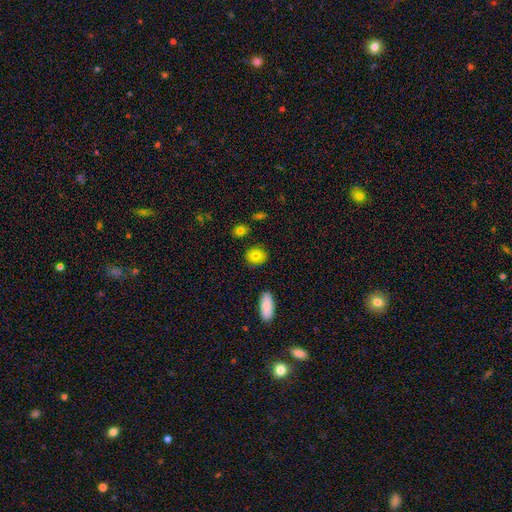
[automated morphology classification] smooth_or_featured: smooth (p=0.80) [alt: featured or disk p=0.11]
how_rounded: round (p=0.61) [alt: in between p=0.38]
merging: none (p=0.86) [alt: minor disturbance p=0.10]